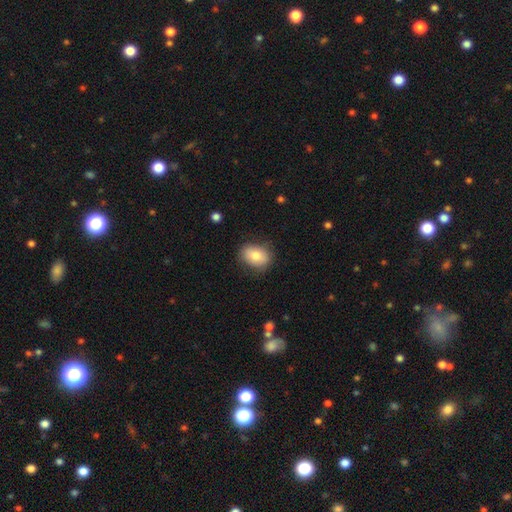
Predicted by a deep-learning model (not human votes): A smooth galaxy with no disk features (80%) that is in between round and cigar-shaped (71%).

Vote fractions:
- Smooth or featured? smooth: 80% / featured or disk: 12% / star or artifact: 8%
- How rounded? in between: 71% / round: 28% / cigar-shaped: 1%
- Merging? none: 80% / minor disturbance: 15% / major disturbance: 4% / merger: 1%